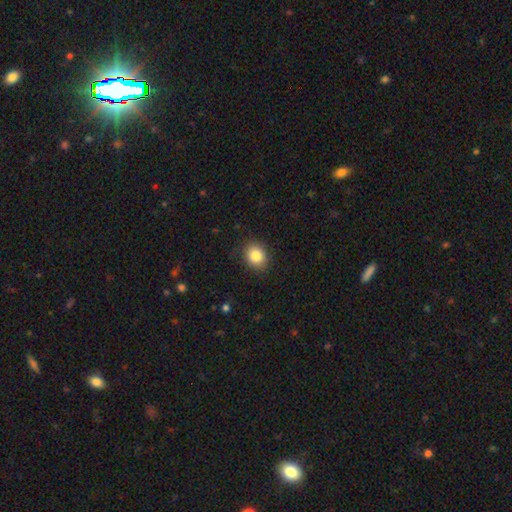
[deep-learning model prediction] This is clearly a smooth galaxy (85%). How rounded: likely round (63%). Merging: clearly none (87%).